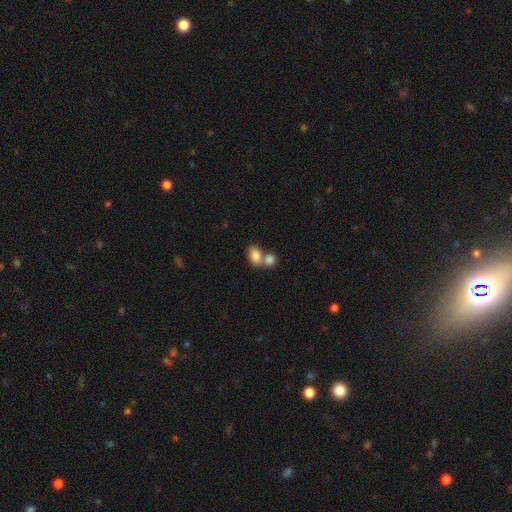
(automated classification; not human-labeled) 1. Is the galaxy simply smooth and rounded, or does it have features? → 83% smooth, 9% featured or disk, 8% star or artifact.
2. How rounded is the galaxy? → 74% in between, 25% round, 1% cigar-shaped.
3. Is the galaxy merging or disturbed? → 58% merger, 31% none, 8% minor disturbance, 3% major disturbance.